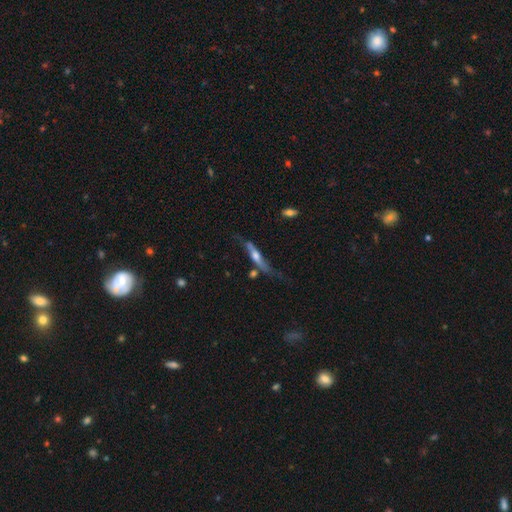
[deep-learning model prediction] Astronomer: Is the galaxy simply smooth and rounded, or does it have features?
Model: featured or disk — 68%.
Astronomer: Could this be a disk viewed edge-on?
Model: yes — 78%.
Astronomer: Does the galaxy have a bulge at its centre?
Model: rounded — 80%.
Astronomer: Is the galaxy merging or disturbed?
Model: none — 46% (runner-up: minor disturbance, 28%).